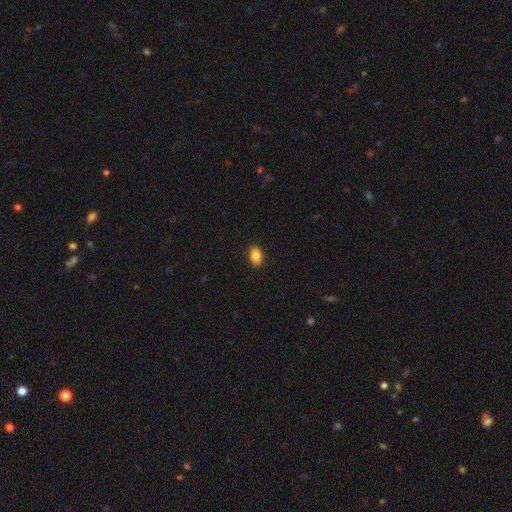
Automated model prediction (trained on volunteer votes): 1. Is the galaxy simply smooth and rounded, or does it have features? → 86% smooth, 8% star or artifact, 6% featured or disk.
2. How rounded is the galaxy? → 88% in between, 10% round, 2% cigar-shaped.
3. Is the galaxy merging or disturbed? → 89% none, 8% minor disturbance, 2% major disturbance, 1% merger.